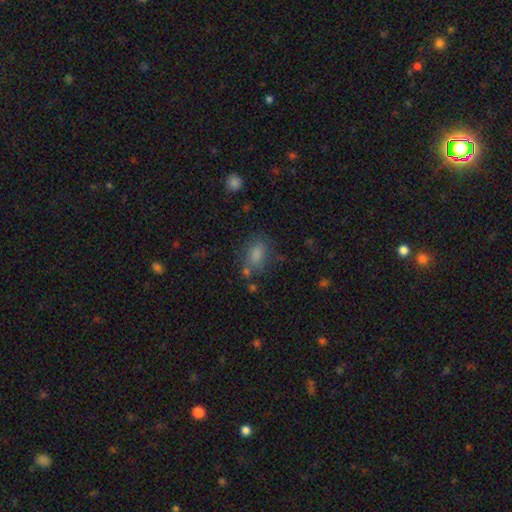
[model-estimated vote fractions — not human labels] The model was most divided on "merging": none: 69%, minor disturbance: 16%, merger: 9%, major disturbance: 6%. More confident: how rounded — in between (79%); smooth or featured — smooth (77%).